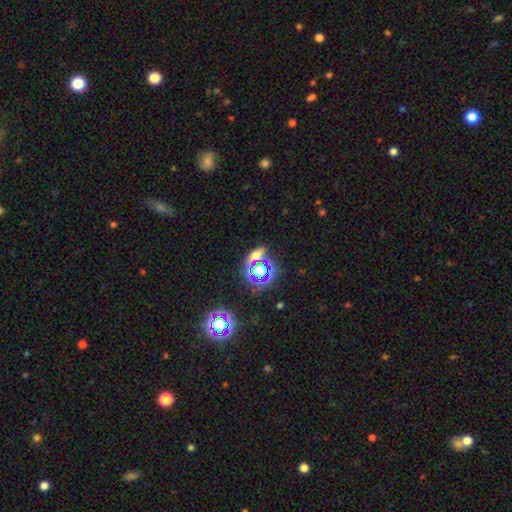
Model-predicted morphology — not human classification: A star or artifact, not a galaxy (51%).